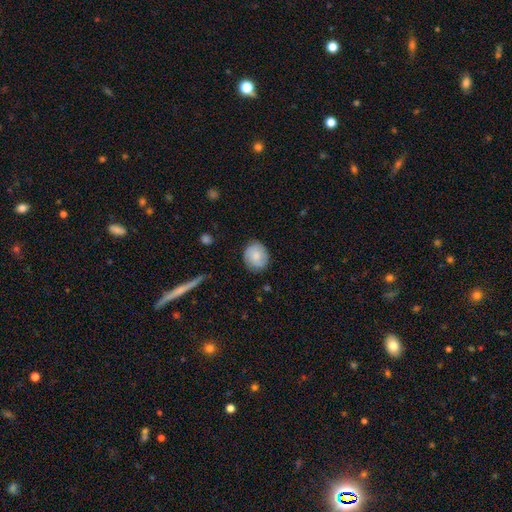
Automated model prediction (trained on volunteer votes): Smooth or featured?
  - smooth: 70% *
  - featured or disk: 23%
  - star or artifact: 7%
How rounded?
  - round: 73% *
  - in between: 26%
  - cigar-shaped: 1%
Merging?
  - none: 80% *
  - minor disturbance: 15%
  - major disturbance: 3%
  - merger: 1%